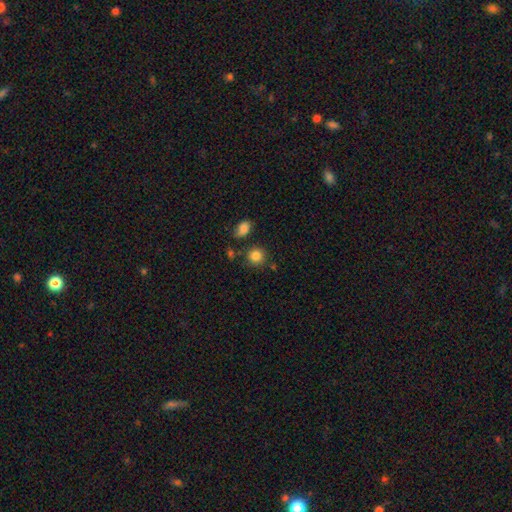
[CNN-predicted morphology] smooth_or_featured: smooth (p=0.84) [alt: star or artifact p=0.10]
how_rounded: round (p=0.87) [alt: in between p=0.12]
merging: none (p=0.78) [alt: minor disturbance p=0.11]